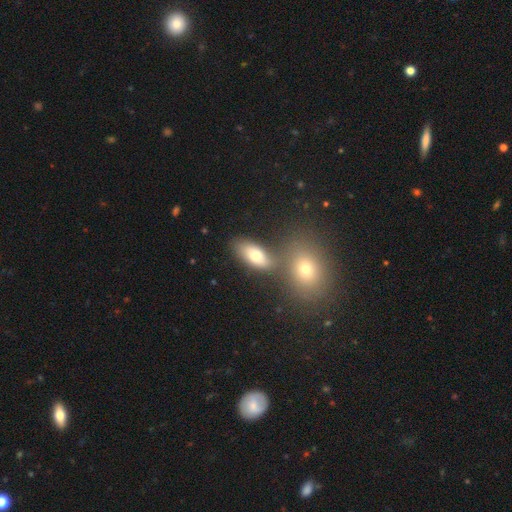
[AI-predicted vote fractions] Q: Smooth or featured?
A: smooth (72%); runner-up: featured or disk (17%)
Q: How rounded?
A: in between (85%); runner-up: round (8%)
Q: Merging?
A: none (60%); runner-up: merger (23%)